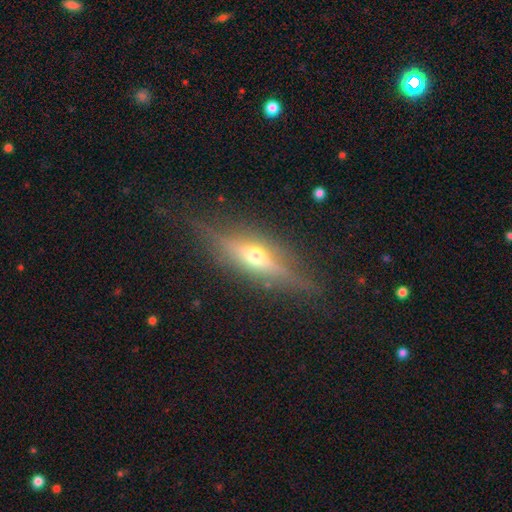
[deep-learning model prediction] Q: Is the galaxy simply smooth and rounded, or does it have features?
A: featured or disk — 70%.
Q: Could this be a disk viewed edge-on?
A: yes — 92%.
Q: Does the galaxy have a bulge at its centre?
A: rounded — 91%.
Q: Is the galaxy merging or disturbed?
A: none — 82%.